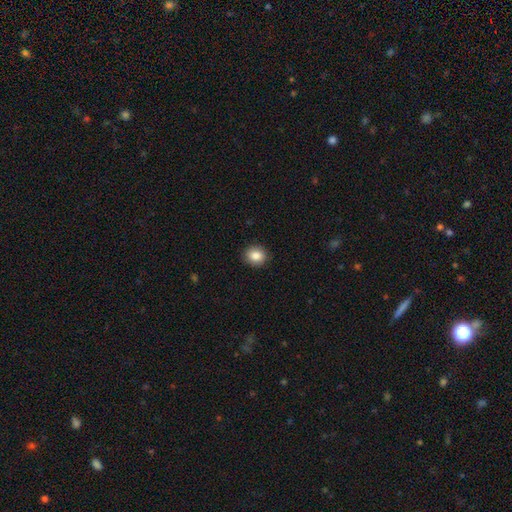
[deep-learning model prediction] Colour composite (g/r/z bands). It shows a smooth galaxy with no disk features (86%) that is round (76%). Merging: none (91%).